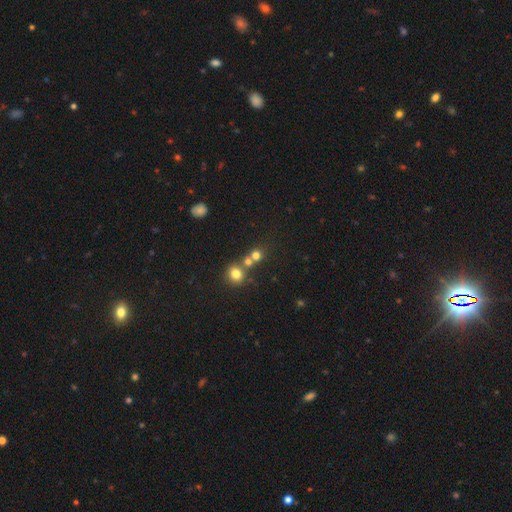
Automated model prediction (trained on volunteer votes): Overall: smooth (71%). How rounded: round (86%). Merging: none (50%; merger 40%).